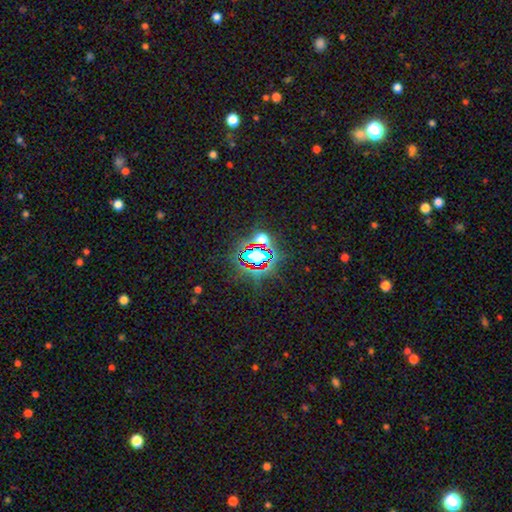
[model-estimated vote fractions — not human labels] smooth_or_featured: star or artifact (p=0.71) [alt: smooth p=0.18]